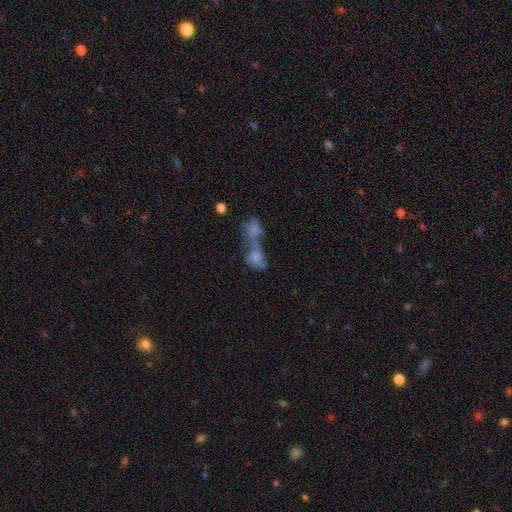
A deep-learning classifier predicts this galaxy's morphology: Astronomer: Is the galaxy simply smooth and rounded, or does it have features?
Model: smooth — 62%.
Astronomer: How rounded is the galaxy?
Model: in between — 76%.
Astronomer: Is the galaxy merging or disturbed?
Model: merger — 71%.